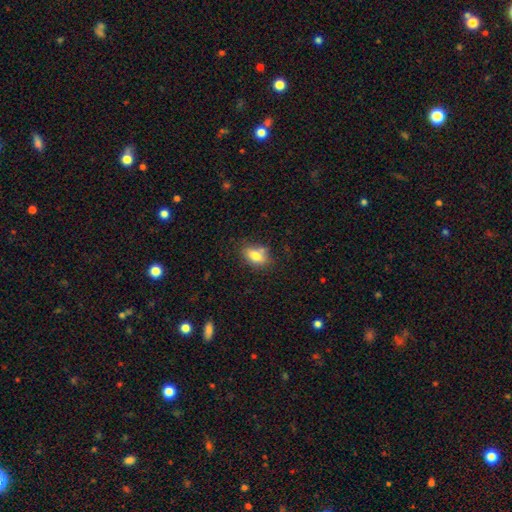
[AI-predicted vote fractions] Morphology: type=smooth (79%); roundness=in between (83%); merging=none (70%).